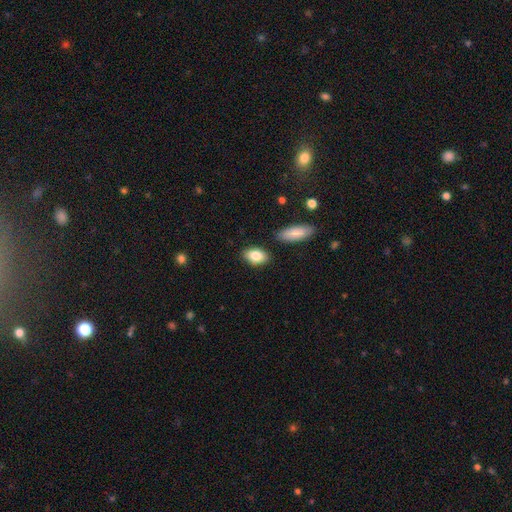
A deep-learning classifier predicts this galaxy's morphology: This appears to be a smooth galaxy with no disk features (85%) that is in between round and cigar-shaped (88%). Merging: none (84%).